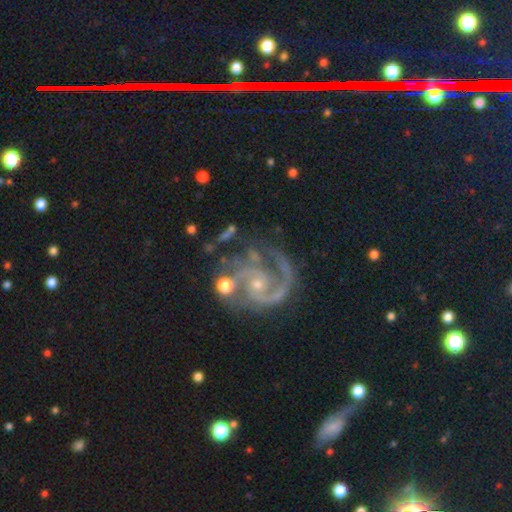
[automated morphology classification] Overall: featured or disk (68%). Edge-on disk: no (97%). Bar: no (59%; weak 30%). Spiral arms: yes (91%). Spiral arm count: 2 (42%; can't tell 20%). Spiral winding: tight (44%; medium 42%). Bulge size: small (67%). Merging: none (54%; minor disturbance 19%).